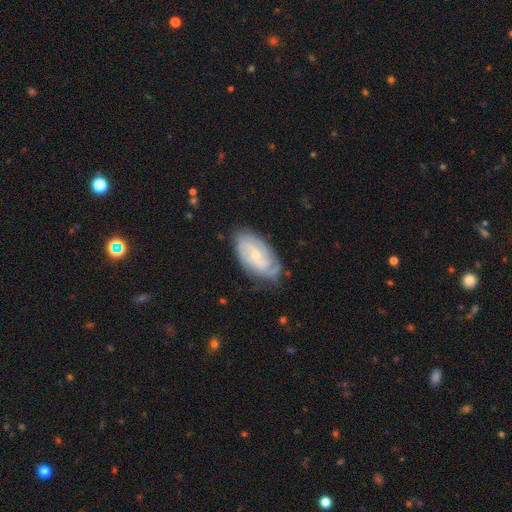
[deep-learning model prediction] Smooth or featured: featured or disk — 78% (smooth — 17%)
Edge-on disk: no — 96% (yes — 4%)
Bar: no — 59% (weak — 35%)
Spiral arms: yes — 94% (no — 6%)
Spiral winding: tight — 60% (medium — 32%)
Spiral arm count: 2 — 38% (can't tell — 30%)
Bulge size: small — 72% (moderate — 23%)
Merging: none — 72% (minor disturbance — 21%)